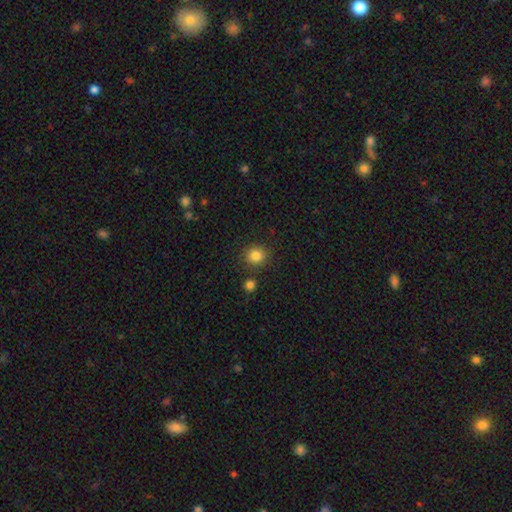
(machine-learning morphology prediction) This is clearly a smooth galaxy (84%). How rounded: clearly round (87%). Merging: clearly none (85%).